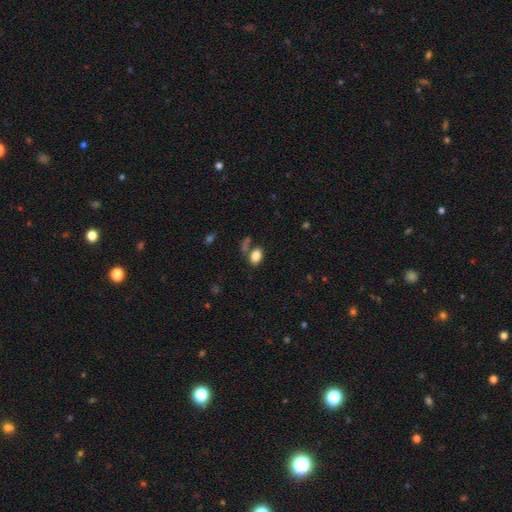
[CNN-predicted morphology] Smooth or featured? smooth (85%)
How rounded? in between (88%)
Merging? none (65%)